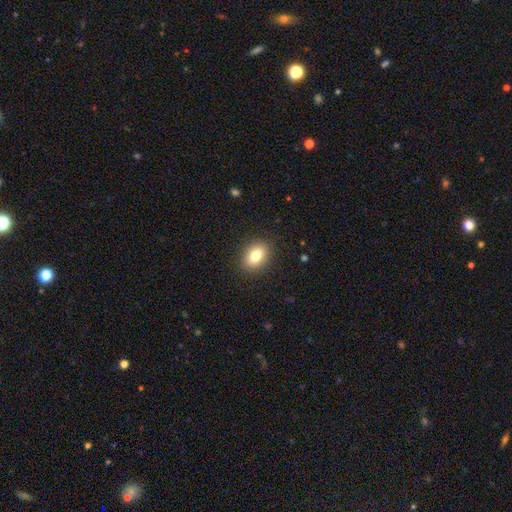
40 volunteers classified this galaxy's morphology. Smooth or featured? smooth (85%)
How rounded? in between (79%)
Merging? none (94%)